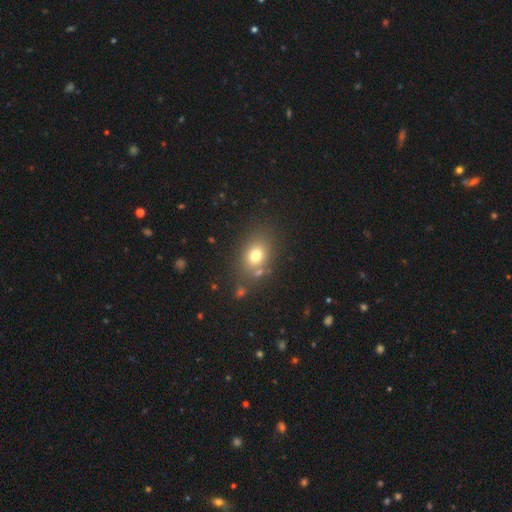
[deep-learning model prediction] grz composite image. It shows a smooth galaxy with no disk features (74%) that is in between round and cigar-shaped (59%). Merging: none (71%).